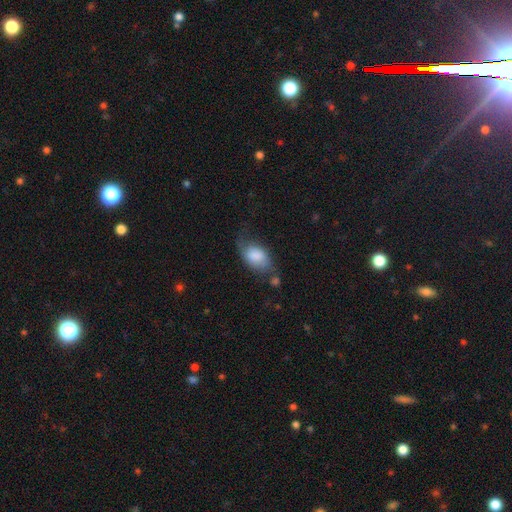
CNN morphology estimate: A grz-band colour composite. It shows a smooth galaxy with no disk features (75%) that is in between round and cigar-shaped (89%). Merging: none (40%).